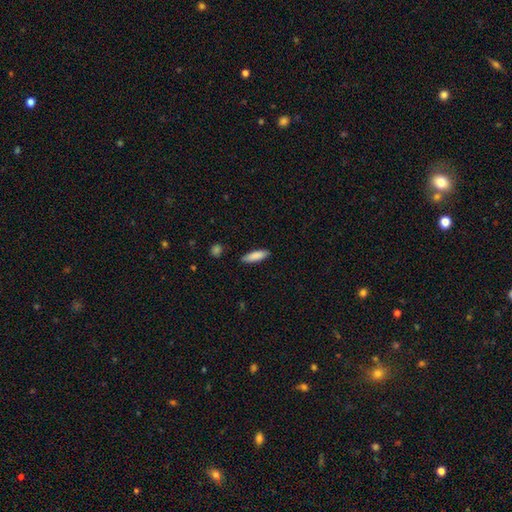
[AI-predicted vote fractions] smooth-or-featured: smooth: 86% | featured or disk: 8% | star or artifact: 6%
  how-rounded: cigar-shaped: 55% | in between: 43% | round: 2%
  merging: none: 86% | minor disturbance: 11% | major disturbance: 2% | merger: 1%